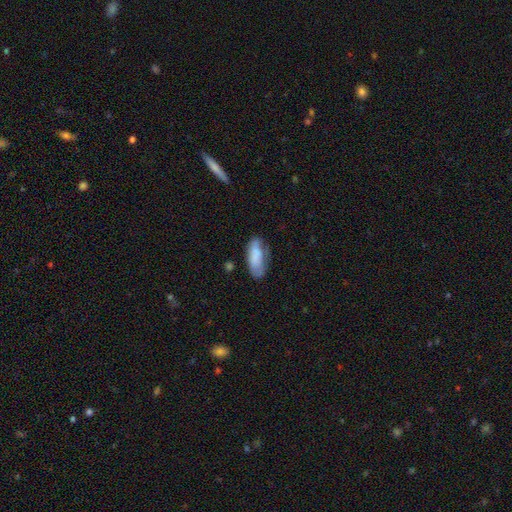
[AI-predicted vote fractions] smooth 79%, featured or disk 14%, star or artifact 7%. Down the decision tree: how rounded — in between (83%); merging — none (56%).